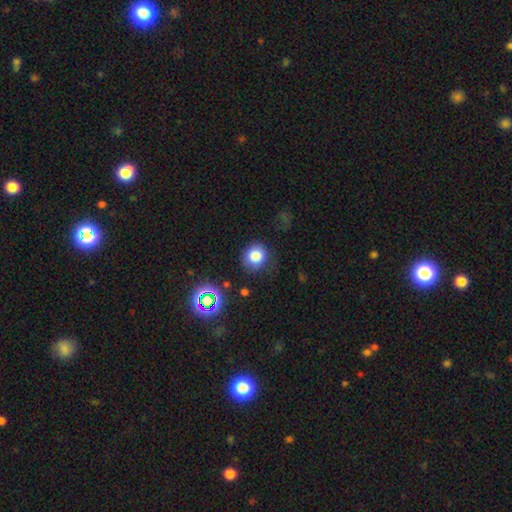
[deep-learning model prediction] smooth 80%, star or artifact 13%, featured or disk 7%. Down the decision tree: how rounded — round (83%); merging — none (78%).